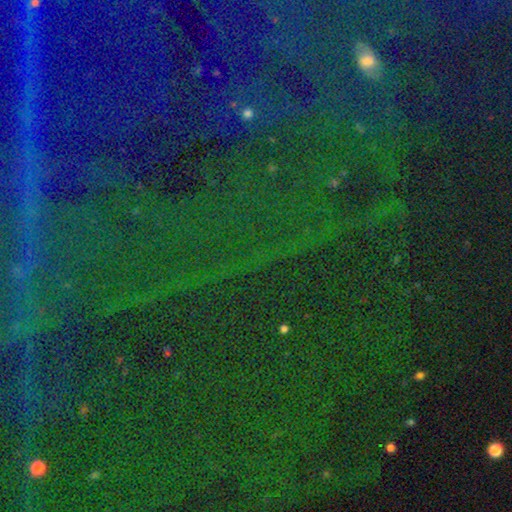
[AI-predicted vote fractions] This appears to be a star or artifact, not a galaxy (85%).